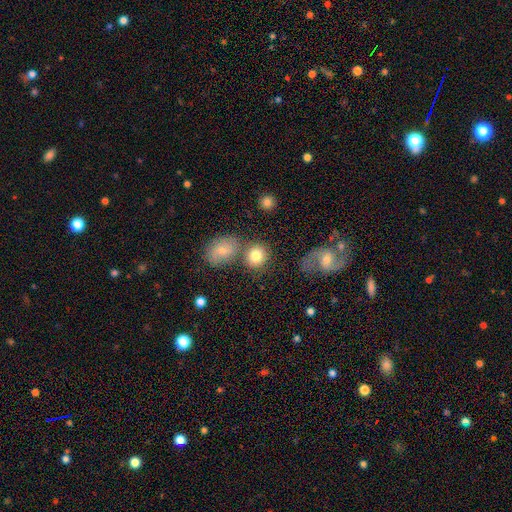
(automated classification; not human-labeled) Smooth or featured?
  - smooth: 81% *
  - featured or disk: 10%
  - star or artifact: 9%
How rounded?
  - round: 77% *
  - in between: 22%
  - cigar-shaped: 1%
Merging?
  - none: 60% *
  - merger: 24%
  - minor disturbance: 11%
  - major disturbance: 5%